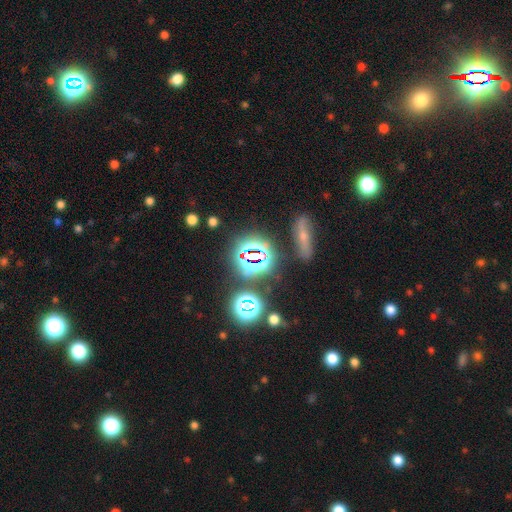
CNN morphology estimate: Smooth or featured? star or artifact (65%)